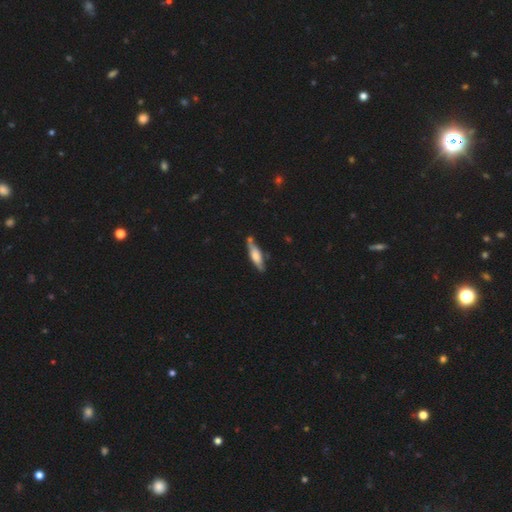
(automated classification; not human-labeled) Smooth or featured? Predicted: smooth (p=0.52). How rounded? Predicted: cigar-shaped (p=0.64). Merging? Predicted: none (p=0.72).